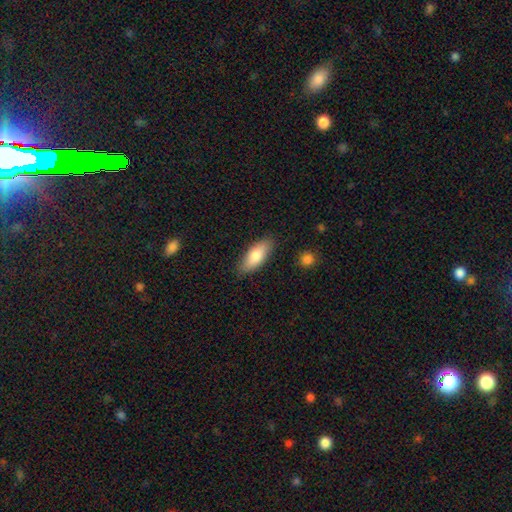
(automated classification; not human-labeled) This is likely a smooth galaxy (79%). How rounded: likely in between (74%). Merging: clearly none (84%).